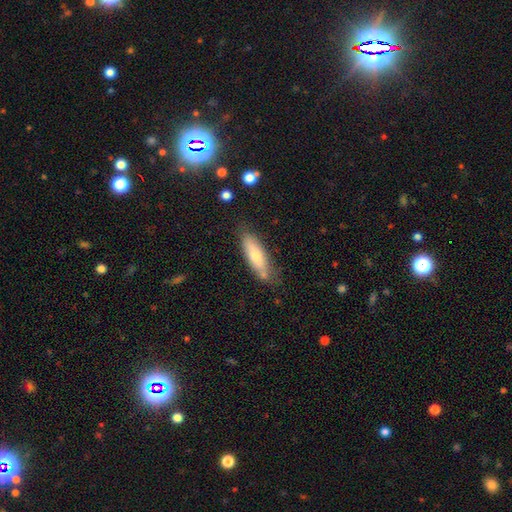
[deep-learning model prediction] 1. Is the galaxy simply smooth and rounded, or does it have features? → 69% smooth, 25% featured or disk, 6% star or artifact.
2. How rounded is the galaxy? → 50% cigar-shaped, 48% in between, 2% round.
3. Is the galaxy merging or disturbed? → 70% none, 20% minor disturbance, 6% merger, 4% major disturbance.